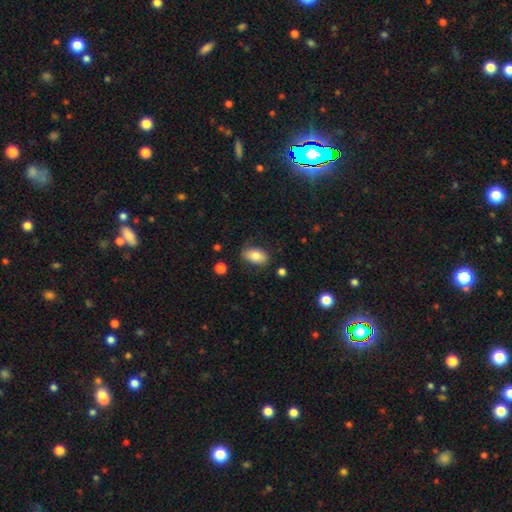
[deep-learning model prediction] smooth 77%, featured or disk 15%, star or artifact 7%. Down the decision tree: how rounded — in between (90%); merging — none (73%).